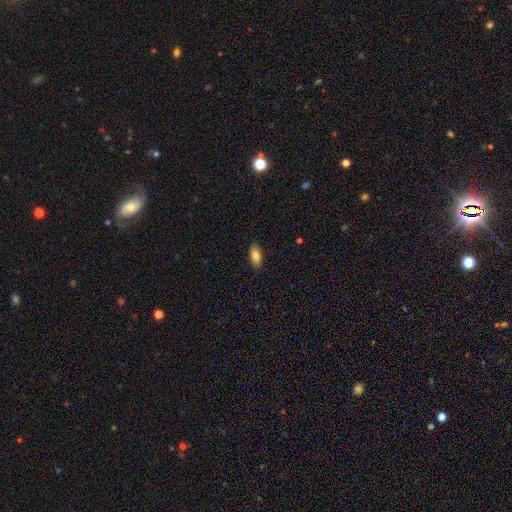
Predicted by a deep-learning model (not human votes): smooth_or_featured: smooth (p=0.81) [alt: featured or disk p=0.12]
how_rounded: in between (p=0.86) [alt: cigar-shaped p=0.11]
merging: none (p=0.87) [alt: minor disturbance p=0.10]